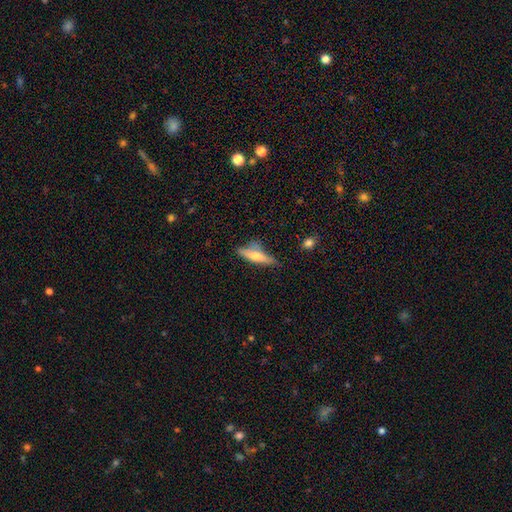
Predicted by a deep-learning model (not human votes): smooth-or-featured: smooth: 55% | featured or disk: 38% | star or artifact: 7%
  how-rounded: cigar-shaped: 68% | in between: 29% | round: 2%
  merging: none: 58% | minor disturbance: 26% | major disturbance: 10% | merger: 6%